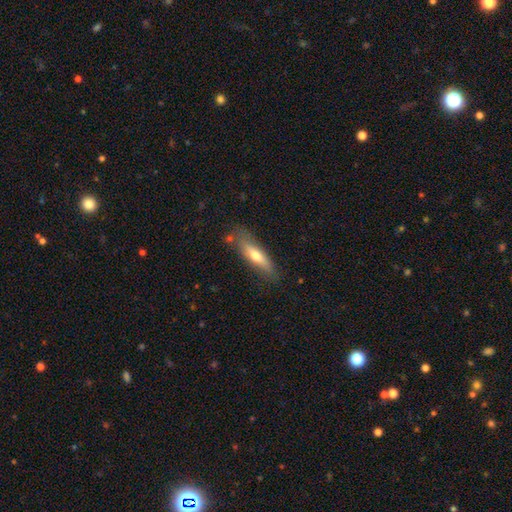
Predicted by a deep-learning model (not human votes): smooth 58%, featured or disk 35%, star or artifact 6%. Down the decision tree: how rounded — cigar-shaped (71%); merging — none (76%).